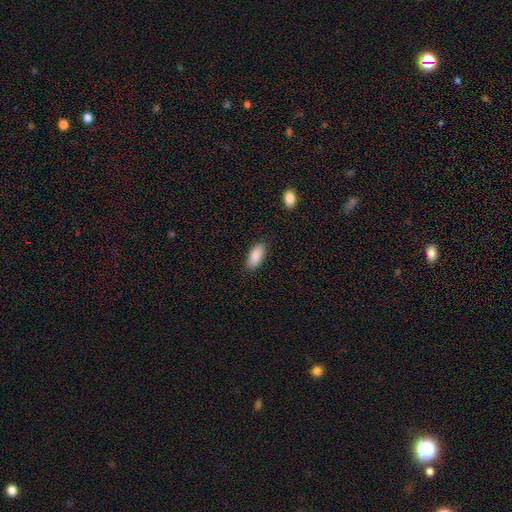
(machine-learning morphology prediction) Smooth or featured? Predicted: smooth (p=0.89). How rounded? Predicted: in between (p=0.87). Merging? Predicted: none (p=0.86).